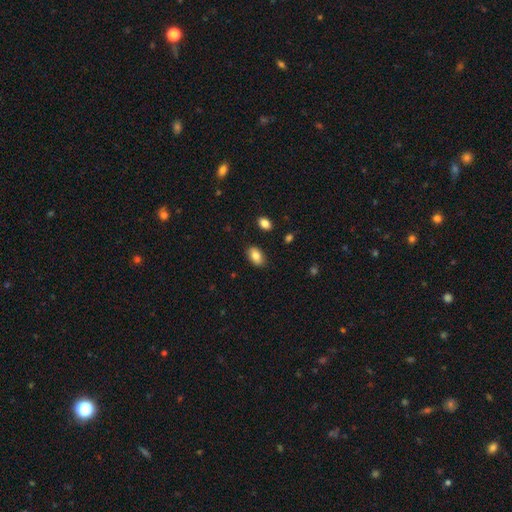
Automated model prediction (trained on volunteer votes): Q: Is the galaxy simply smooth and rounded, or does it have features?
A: smooth — 84%.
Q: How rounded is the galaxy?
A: in between — 90%.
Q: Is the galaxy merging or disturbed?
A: none — 87%.